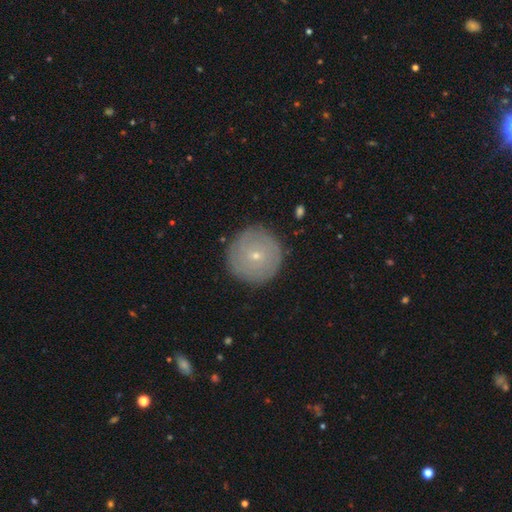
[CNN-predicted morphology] smooth 49%, featured or disk 41%, star or artifact 9%. Down the decision tree: merging — none (88%).